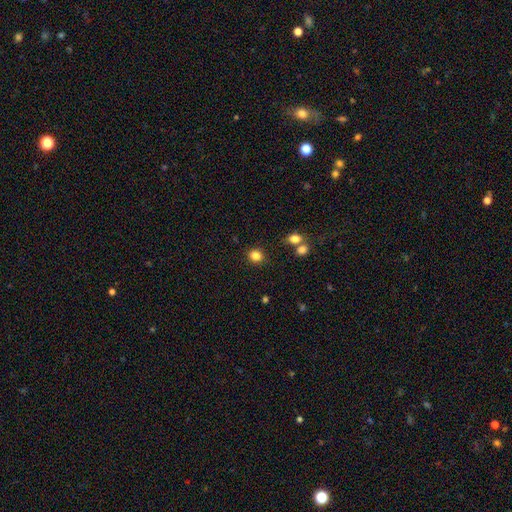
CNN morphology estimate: smooth-or-featured: smooth: 84% | star or artifact: 11% | featured or disk: 5%
  how-rounded: round: 73% | in between: 26% | cigar-shaped: 1%
  merging: none: 86% | minor disturbance: 8% | merger: 4% | major disturbance: 3%